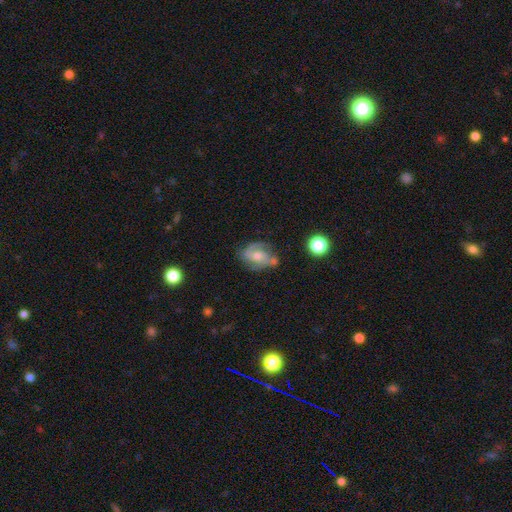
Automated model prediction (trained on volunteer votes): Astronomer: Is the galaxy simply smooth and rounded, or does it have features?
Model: featured or disk — 71%.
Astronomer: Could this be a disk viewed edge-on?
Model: no — 97%.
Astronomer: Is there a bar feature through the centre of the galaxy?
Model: no — 57% (runner-up: weak, 36%).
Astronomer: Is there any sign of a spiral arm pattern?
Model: yes — 89%.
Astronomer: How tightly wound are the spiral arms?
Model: medium — 48% (runner-up: tight, 31%).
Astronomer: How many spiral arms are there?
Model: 2 — 60%.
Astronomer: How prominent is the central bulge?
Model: moderate — 57%.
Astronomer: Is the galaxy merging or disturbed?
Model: none — 58%.